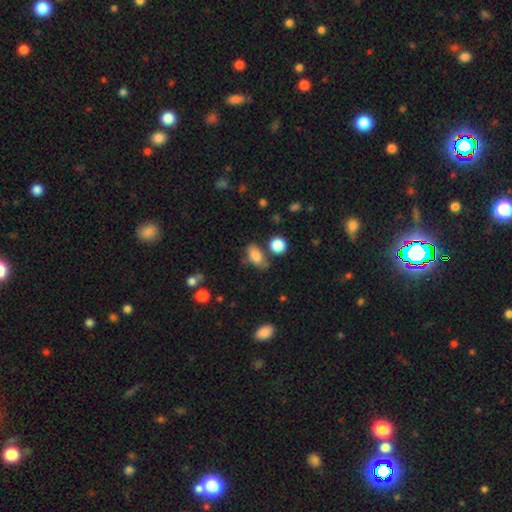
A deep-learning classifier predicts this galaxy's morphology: type=smooth (80%); roundness=in between (85%); merging=none (62%).